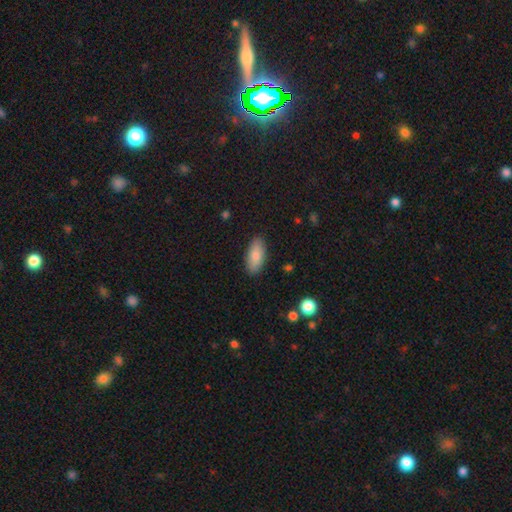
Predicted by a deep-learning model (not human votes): Morphology: type=smooth (83%); roundness=in between (88%); merging=none (87%).